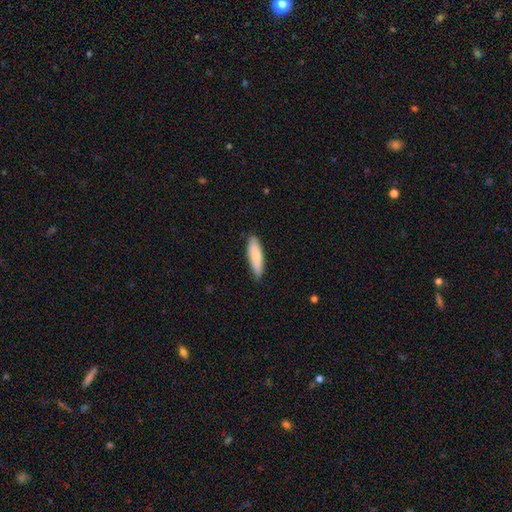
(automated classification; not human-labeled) Q: Smooth or featured?
A: smooth (81%); runner-up: featured or disk (14%)
Q: How rounded?
A: cigar-shaped (59%); runner-up: in between (39%)
Q: Merging?
A: none (83%); runner-up: minor disturbance (14%)